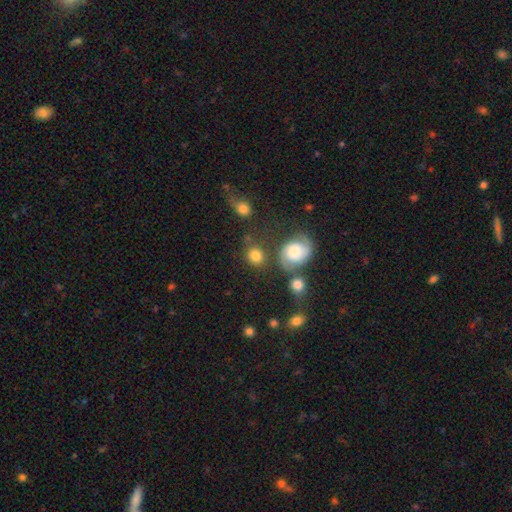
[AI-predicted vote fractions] smooth-or-featured: smooth: 80% | featured or disk: 11% | star or artifact: 9%
  how-rounded: round: 73% | in between: 26% | cigar-shaped: 1%
  merging: none: 65% | minor disturbance: 15% | merger: 13% | major disturbance: 7%